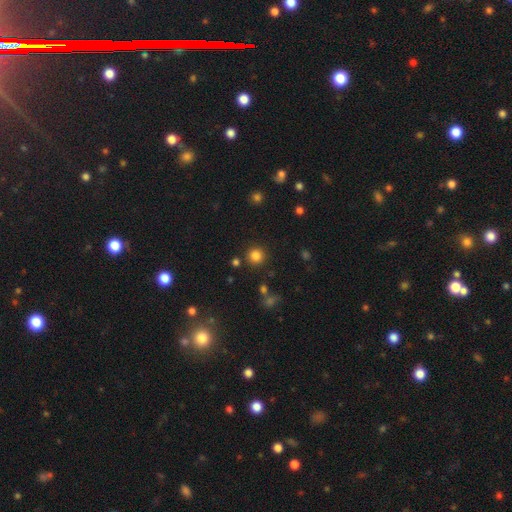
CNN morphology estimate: A smooth galaxy with no disk features (82%) that is round (94%). Merging: none (88%).